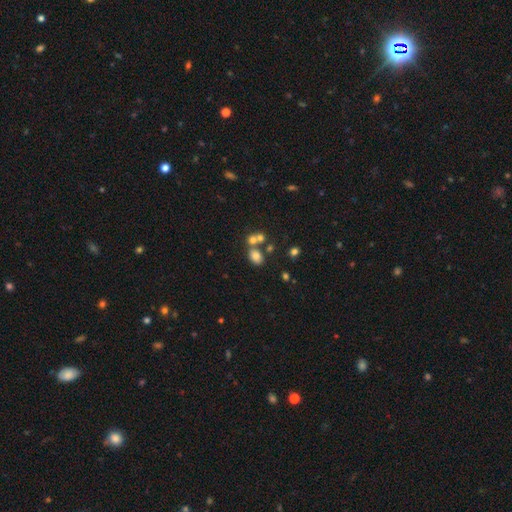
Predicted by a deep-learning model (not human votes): Smooth or featured: smooth — 74% (star or artifact — 15%)
How rounded: in between — 66% (round — 32%)
Merging: none — 51% (merger — 34%)